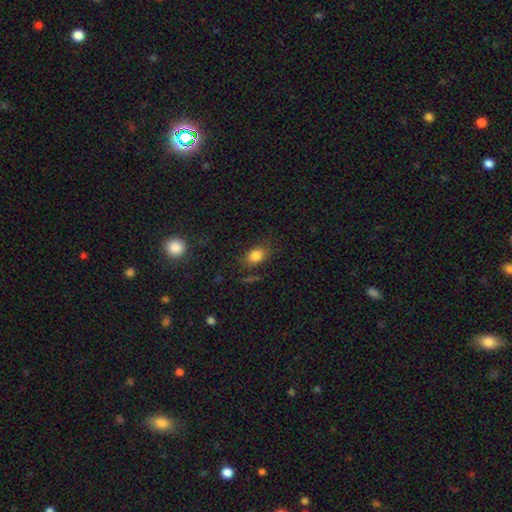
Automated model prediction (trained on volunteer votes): Overall: smooth (81%). How rounded: in between (76%). Merging: none (76%).